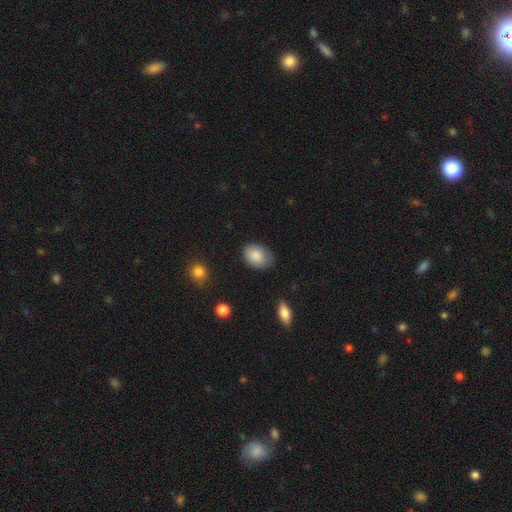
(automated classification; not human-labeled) Smooth or featured? smooth (87%)
How rounded? in between (79%)
Merging? none (72%)